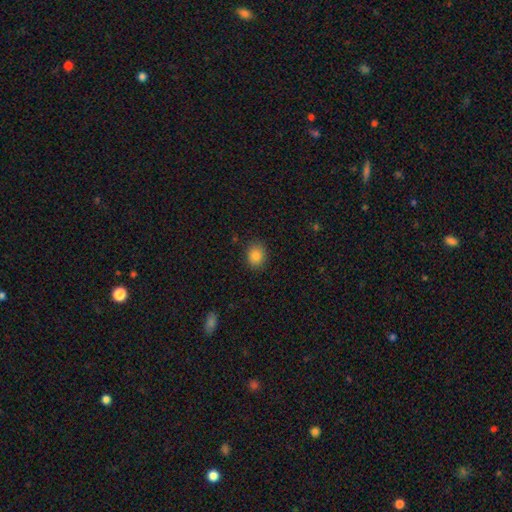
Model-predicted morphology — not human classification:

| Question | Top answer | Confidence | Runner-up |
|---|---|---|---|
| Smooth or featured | smooth | 84% | star or artifact (10%) |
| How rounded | round | 60% | in between (39%) |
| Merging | none | 86% | minor disturbance (10%) |